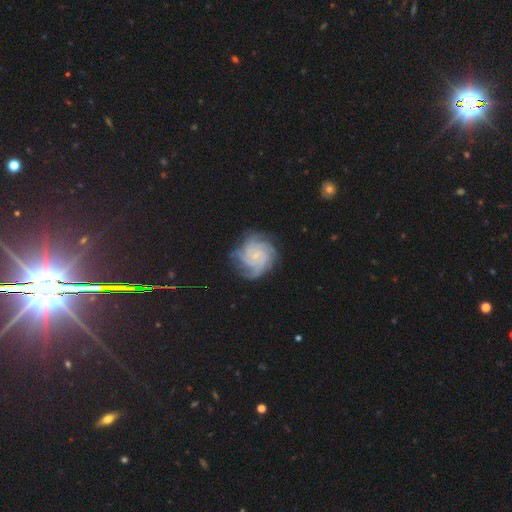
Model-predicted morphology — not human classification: Smooth or featured? featured or disk (85%)
Edge-on disk? no (98%)
Bar? no (68%)
Spiral arms? yes (97%)
Spiral winding? tight (68%)
Spiral arm count? 4 (33%)
Bulge size? small (72%)
Merging? none (73%)